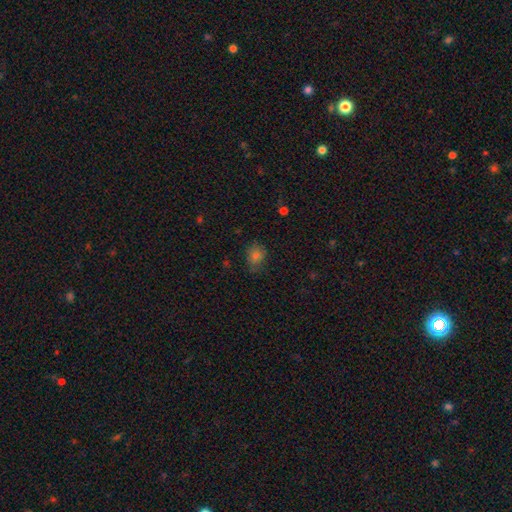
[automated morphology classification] smooth_or_featured: smooth (p=0.75) [alt: star or artifact p=0.18]
how_rounded: round (p=0.66) [alt: in between p=0.33]
merging: none (p=0.73) [alt: minor disturbance p=0.20]